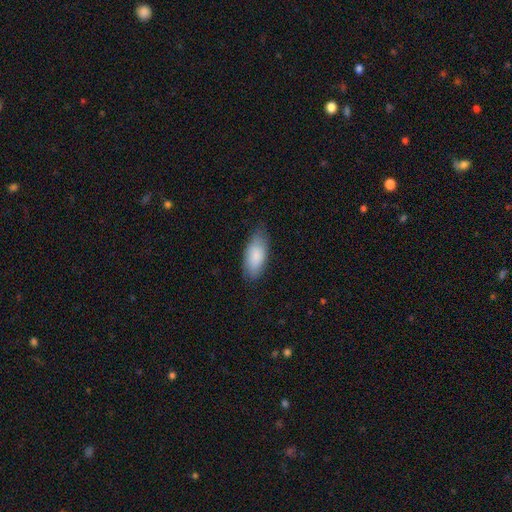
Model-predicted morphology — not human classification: Q: Smooth or featured?
A: smooth (83%); runner-up: featured or disk (11%)
Q: How rounded?
A: in between (89%); runner-up: cigar-shaped (9%)
Q: Merging?
A: none (75%); runner-up: minor disturbance (20%)